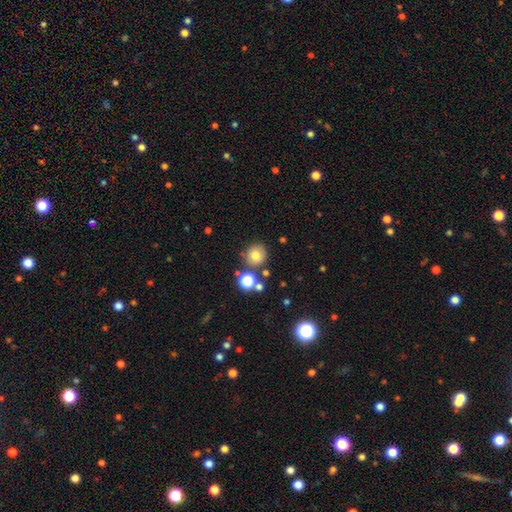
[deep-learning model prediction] Smooth or featured?
  - smooth: 75% *
  - star or artifact: 15%
  - featured or disk: 10%
How rounded?
  - round: 91% *
  - in between: 8%
  - cigar-shaped: 1%
Merging?
  - none: 77% *
  - merger: 10%
  - minor disturbance: 9%
  - major disturbance: 3%